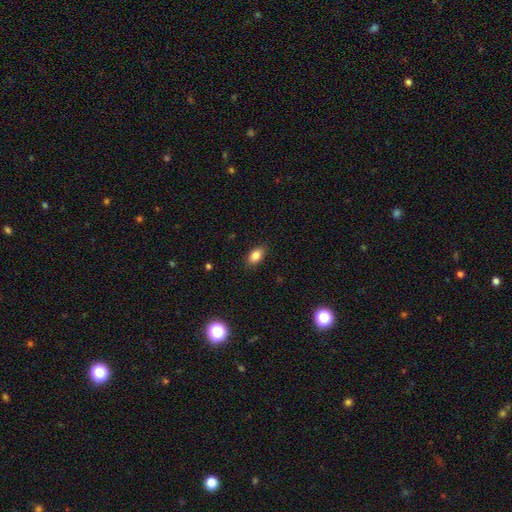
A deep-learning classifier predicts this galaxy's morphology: A smooth galaxy with no disk features (84%) that is in between round and cigar-shaped (88%).

Vote fractions:
- Smooth or featured? smooth: 84% / star or artifact: 9% / featured or disk: 7%
- How rounded? in between: 88% / round: 8% / cigar-shaped: 3%
- Merging? none: 87% / minor disturbance: 10% / major disturbance: 2% / merger: 1%